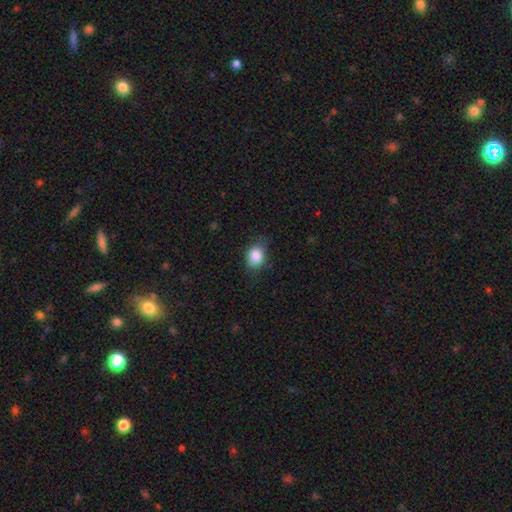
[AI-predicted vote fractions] Smooth or featured: smooth — 86% (star or artifact — 8%)
How rounded: in between — 53% (round — 46%)
Merging: none — 70% (minor disturbance — 23%)